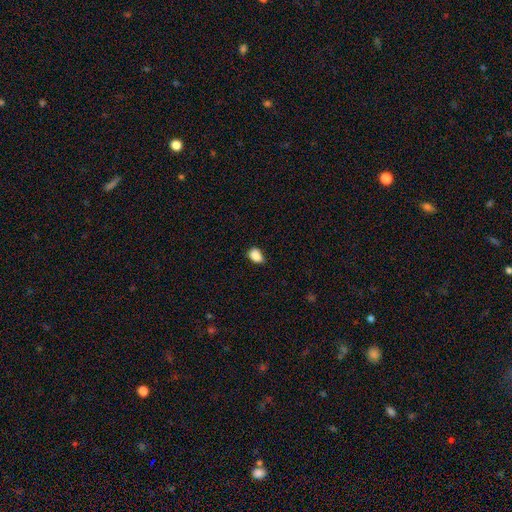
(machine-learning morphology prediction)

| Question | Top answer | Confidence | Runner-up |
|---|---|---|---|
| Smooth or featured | smooth | 88% | star or artifact (9%) |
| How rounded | in between | 79% | round (20%) |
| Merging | none | 67% | minor disturbance (27%) |